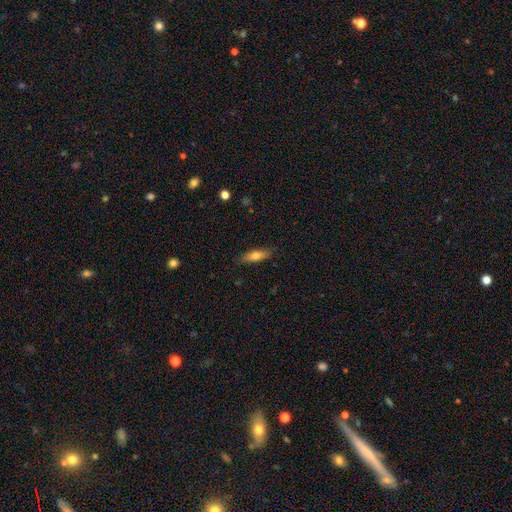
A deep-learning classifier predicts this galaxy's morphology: This is likely a smooth galaxy (69%). How rounded: possibly cigar-shaped (50%). Merging: clearly none (84%).